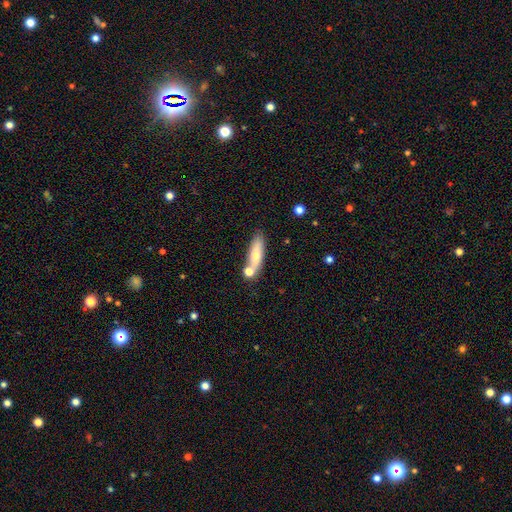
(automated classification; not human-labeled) Q: Smooth or featured?
A: smooth (67%); runner-up: featured or disk (25%)
Q: How rounded?
A: cigar-shaped (56%); runner-up: in between (41%)
Q: Merging?
A: none (60%); runner-up: merger (21%)